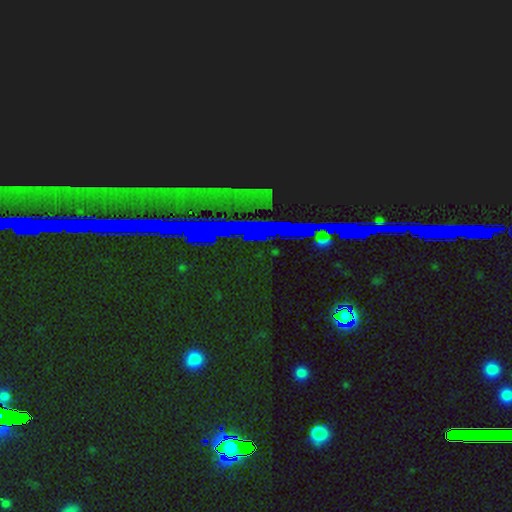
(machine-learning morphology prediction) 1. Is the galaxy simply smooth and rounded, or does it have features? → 84% star or artifact, 9% featured or disk, 8% smooth.